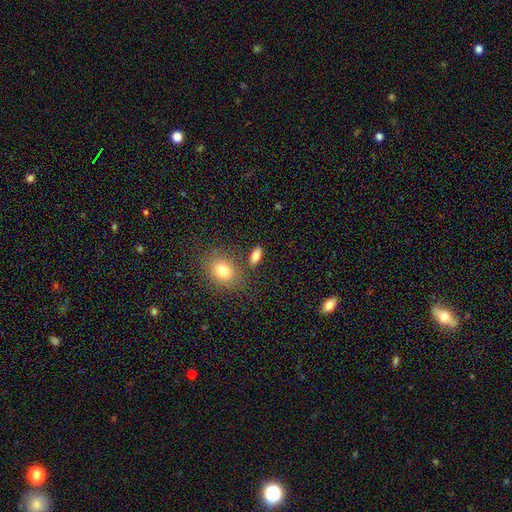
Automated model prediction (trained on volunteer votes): smooth_or_featured: smooth (p=0.80) [alt: featured or disk p=0.11]
how_rounded: in between (p=0.79) [alt: cigar-shaped p=0.13]
merging: none (p=0.80) [alt: minor disturbance p=0.10]